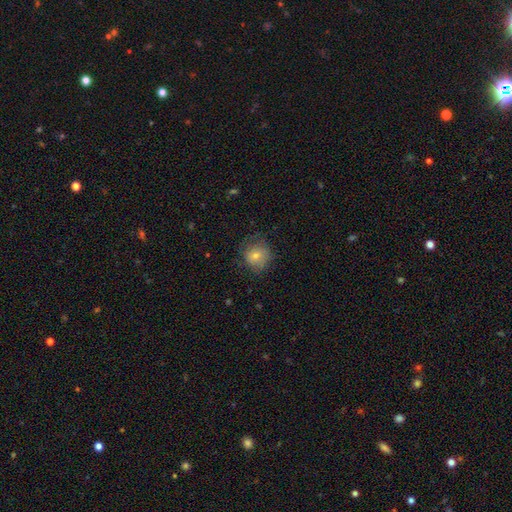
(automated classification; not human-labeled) smooth-or-featured: smooth: 73% | featured or disk: 17% | star or artifact: 10%
  how-rounded: round: 84% | in between: 15% | cigar-shaped: 1%
  merging: none: 65% | minor disturbance: 22% | major disturbance: 11% | merger: 1%